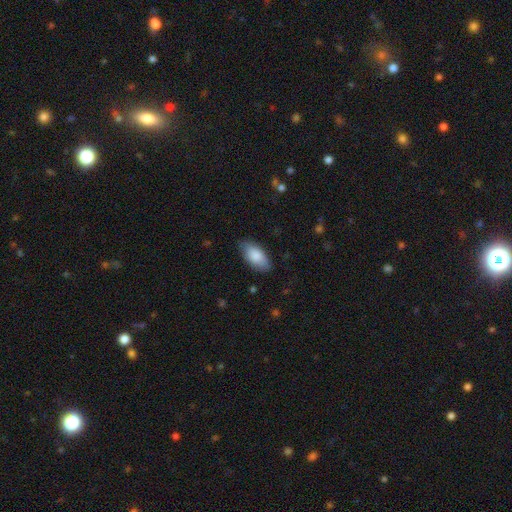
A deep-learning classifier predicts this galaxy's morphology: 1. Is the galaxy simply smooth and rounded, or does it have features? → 84% smooth, 10% featured or disk, 6% star or artifact.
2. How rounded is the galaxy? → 93% in between, 5% cigar-shaped, 2% round.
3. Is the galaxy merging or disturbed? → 82% none, 14% minor disturbance, 3% major disturbance, 1% merger.